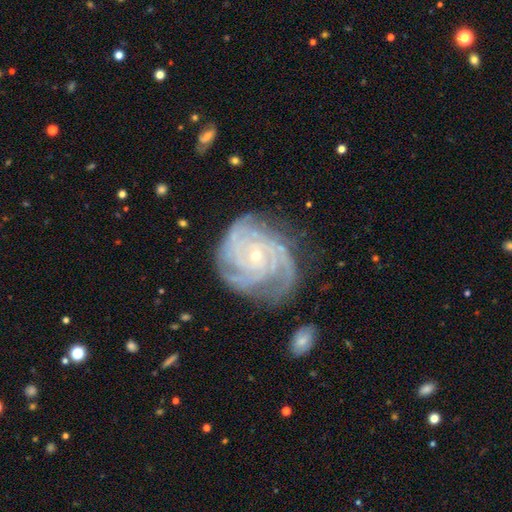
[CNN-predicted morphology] This appears to be a featured or disk galaxy (89%) with no bar (76%), 4 (29%) tight (77%) spiral arms (98%) and a small central bulge (81%). Merging: none (68%).